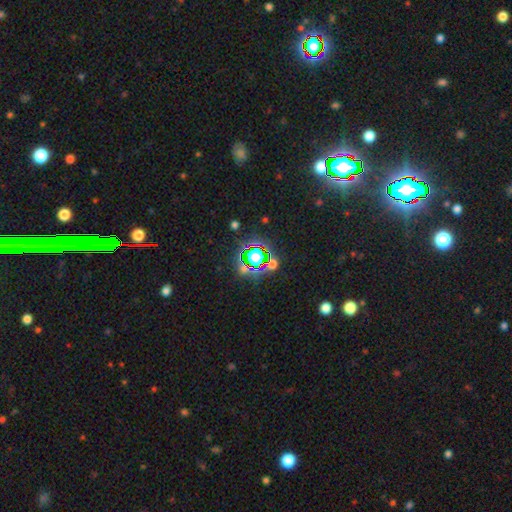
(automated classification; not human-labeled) Overall: star or artifact (78%).